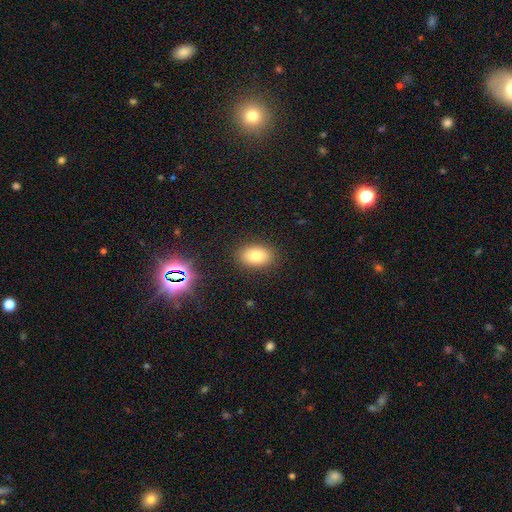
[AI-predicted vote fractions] A smooth galaxy with no disk features (79%) that is in between round and cigar-shaped (85%). Merging: none (87%).